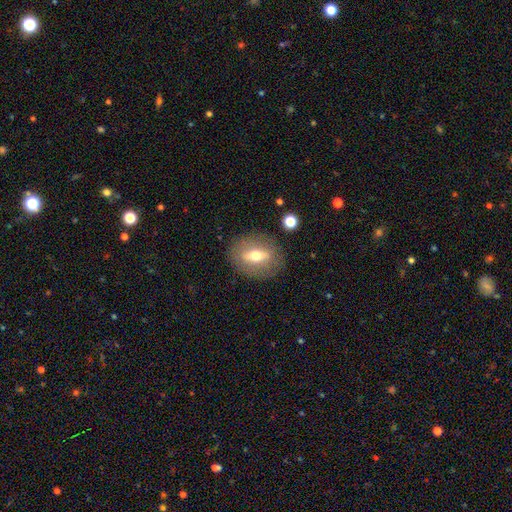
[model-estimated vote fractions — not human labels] A featured or disk galaxy (46%, tied with smooth).

Vote fractions:
- Smooth or featured? featured or disk: 46% (tied) / smooth: 46% (tied) / star or artifact: 8%
- Merging? none: 84% / minor disturbance: 10% / major disturbance: 4% / merger: 2%